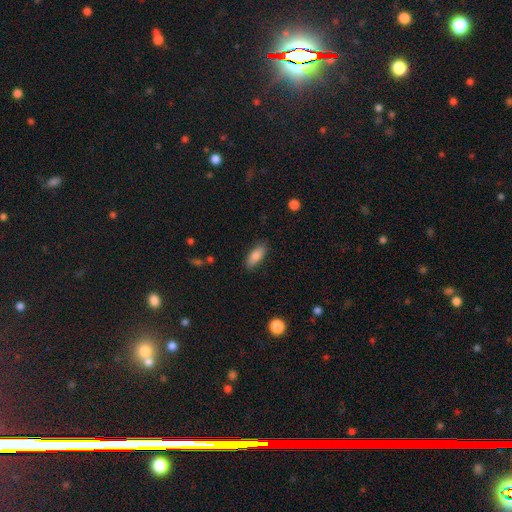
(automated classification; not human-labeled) This is clearly a smooth galaxy (82%). How rounded: likely in between (80%). Merging: clearly none (85%).